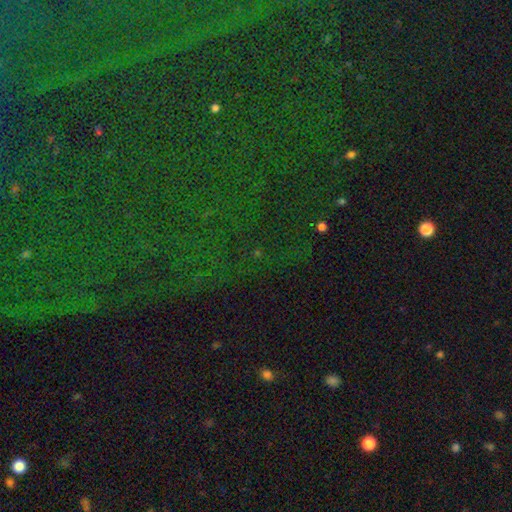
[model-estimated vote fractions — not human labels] Overall: star or artifact (84%).